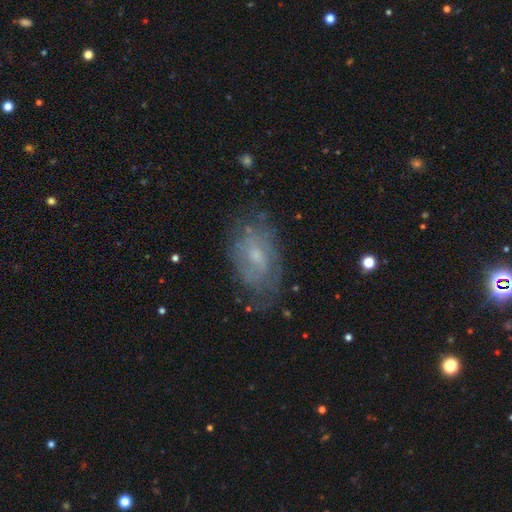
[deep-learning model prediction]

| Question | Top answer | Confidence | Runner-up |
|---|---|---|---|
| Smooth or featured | featured or disk | 62% | smooth (28%) |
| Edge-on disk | no | 94% | yes (6%) |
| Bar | no | 60% | weak (35%) |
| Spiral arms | yes | 71% | no (29%) |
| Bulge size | small | 55% | moderate (35%) |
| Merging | none | 66% | minor disturbance (22%) |